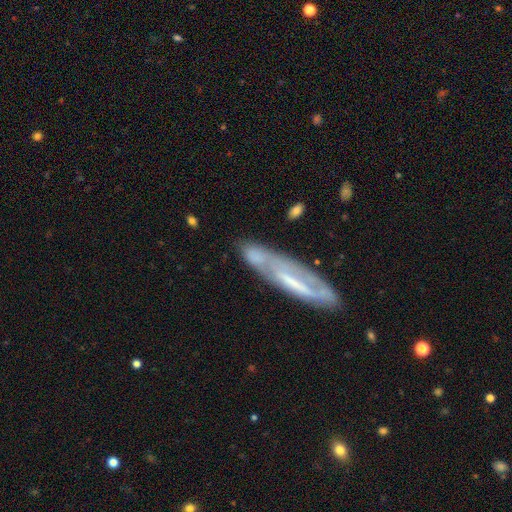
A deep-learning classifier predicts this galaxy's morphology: Smooth or featured? Predicted: smooth (p=0.57). How rounded? Predicted: cigar-shaped (p=0.50). Merging? Predicted: none (p=0.44).